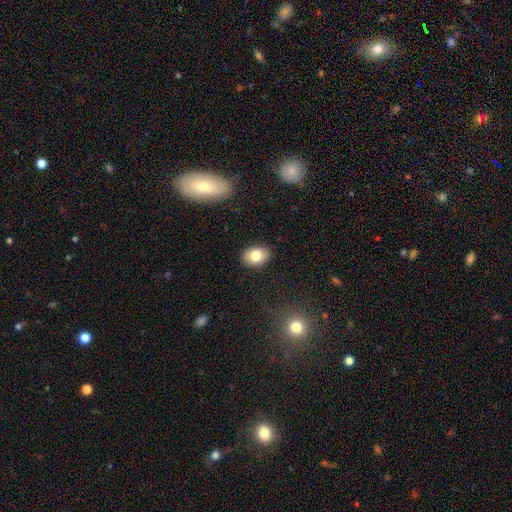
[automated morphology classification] This is likely a smooth galaxy (80%). How rounded: clearly in between (81%). Merging: clearly none (87%).